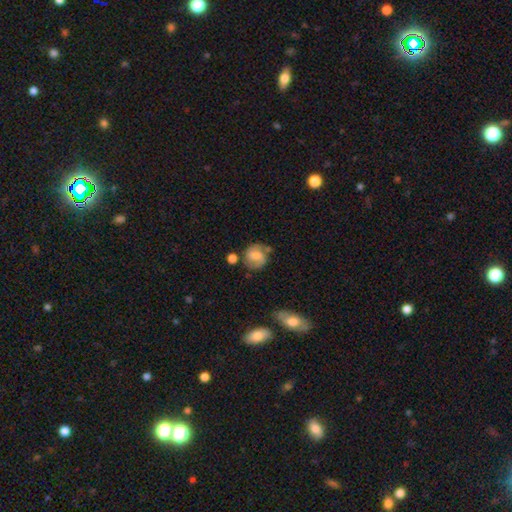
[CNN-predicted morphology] smooth_or_featured: smooth (p=0.47) [alt: featured or disk p=0.45]
merging: none (p=0.61) [alt: minor disturbance p=0.21]